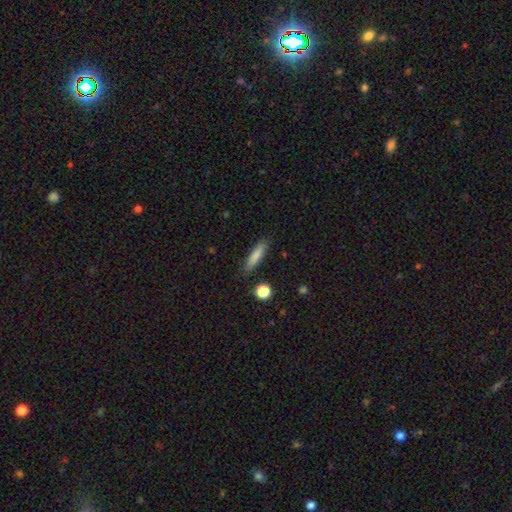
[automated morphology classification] This appears to be a smooth galaxy with no disk features (81%) that is cigar-shaped (80%). Merging: none (85%).